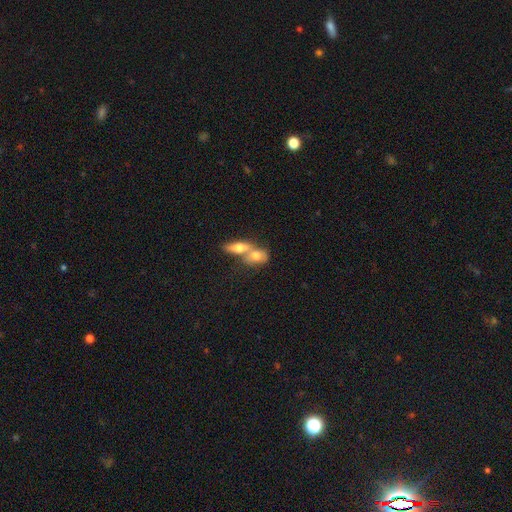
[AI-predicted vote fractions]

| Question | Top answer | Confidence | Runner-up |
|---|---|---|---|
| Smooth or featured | smooth | 67% | featured or disk (25%) |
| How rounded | in between | 71% | round (19%) |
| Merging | merger | 70% | none (21%) |